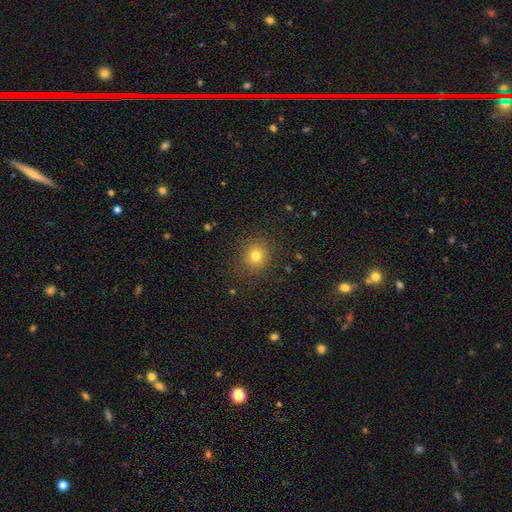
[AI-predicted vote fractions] Smooth or featured? Predicted: smooth (p=0.78). How rounded? Predicted: round (p=0.84). Merging? Predicted: none (p=0.88).